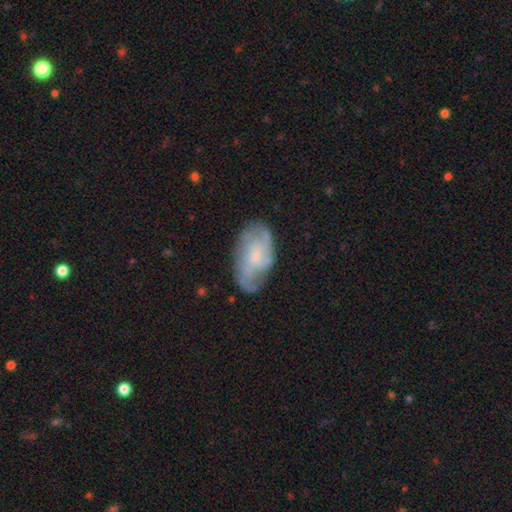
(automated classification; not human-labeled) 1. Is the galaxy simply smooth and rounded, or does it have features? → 69% featured or disk, 24% smooth, 7% star or artifact.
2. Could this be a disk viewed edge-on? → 95% no, 5% yes.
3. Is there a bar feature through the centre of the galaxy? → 62% no, 33% weak, 5% strong.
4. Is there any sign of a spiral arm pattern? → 86% yes, 14% no.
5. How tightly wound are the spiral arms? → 43% medium, 36% tight, 21% loose.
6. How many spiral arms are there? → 38% can't tell, 31% 2, 16% 3, 7% 4, 5% 1, 4% more than 4.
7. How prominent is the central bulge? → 53% small, 29% moderate, 13% none, 3% large, 1% dominant.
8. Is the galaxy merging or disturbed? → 68% none, 22% minor disturbance, 9% major disturbance, 2% merger.